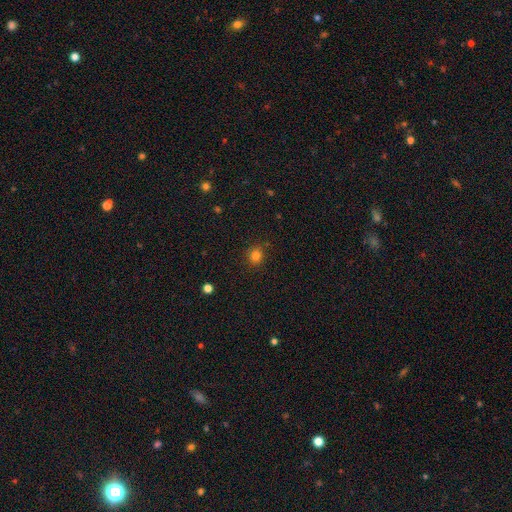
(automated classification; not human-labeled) A smooth galaxy with no disk features (81%) that is round (80%). Merging: none (86%).